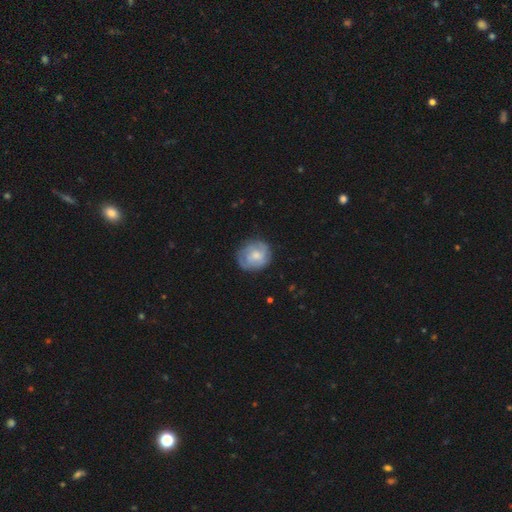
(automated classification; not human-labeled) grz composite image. It shows a smooth galaxy with no disk features (48%). Merging: none (72%).